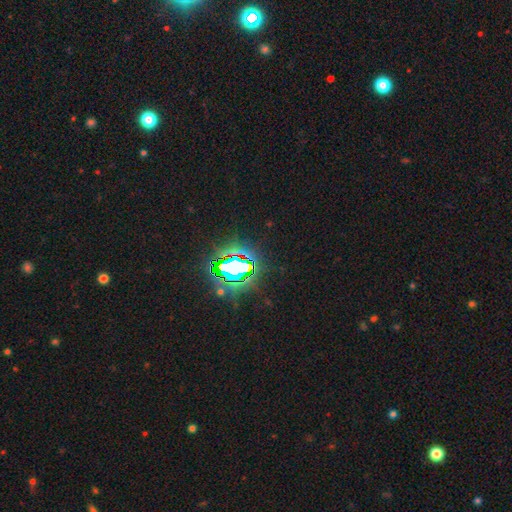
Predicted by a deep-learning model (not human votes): smooth_or_featured: star or artifact (p=0.84) [alt: smooth p=0.10]